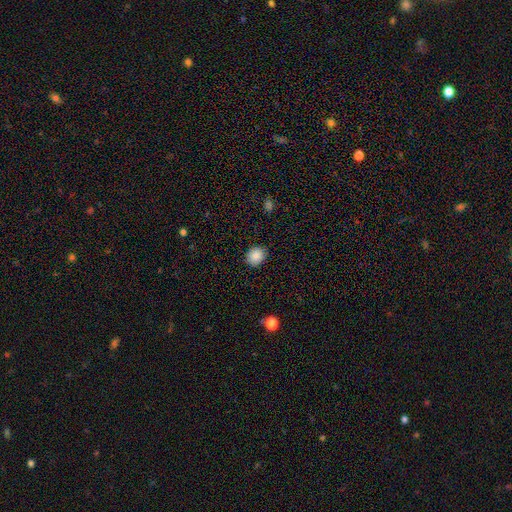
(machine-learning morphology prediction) This appears to be a smooth galaxy with no disk features (87%) that is round (76%). Merging: none (88%).